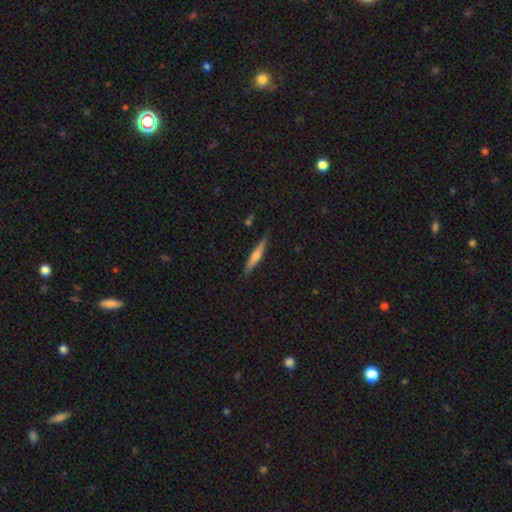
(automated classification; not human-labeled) The model was most divided on "smooth or featured": smooth: 49%, featured or disk: 44%, star or artifact: 6%. More confident: merging — none (86%).